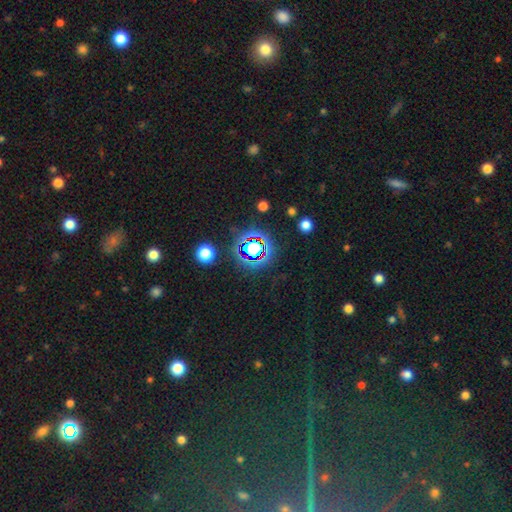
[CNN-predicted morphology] Smooth or featured: star or artifact — 74% (smooth — 17%)